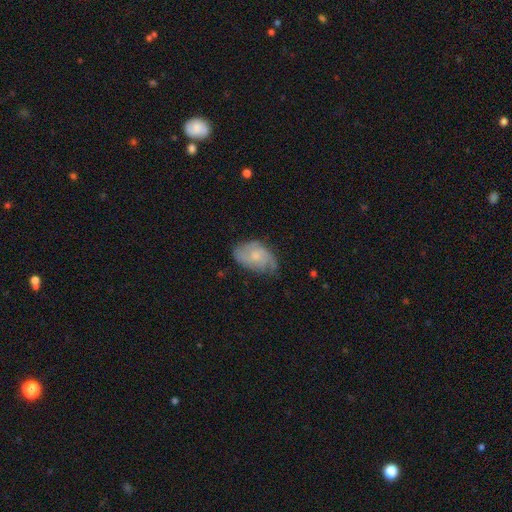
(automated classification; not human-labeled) Q: Smooth or featured?
A: featured or disk (68%); runner-up: smooth (25%)
Q: Edge-on disk?
A: no (97%); runner-up: yes (3%)
Q: Bar?
A: no (71%); runner-up: weak (26%)
Q: Spiral arms?
A: yes (90%); runner-up: no (10%)
Q: Spiral winding?
A: tight (44%); runner-up: medium (41%)
Q: Spiral arm count?
A: 2 (35%); runner-up: can't tell (30%)
Q: Bulge size?
A: small (45%); runner-up: moderate (40%)
Q: Merging?
A: none (63%); runner-up: minor disturbance (27%)